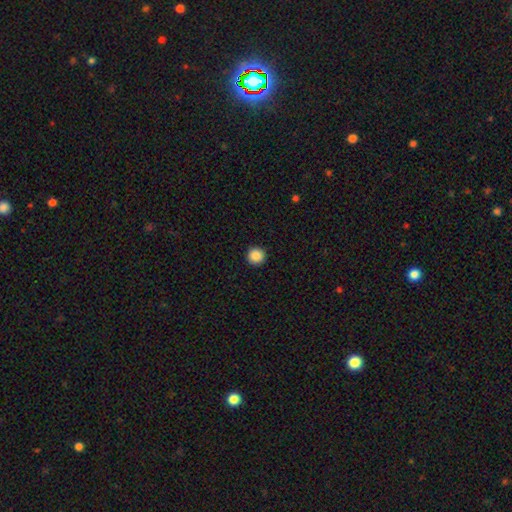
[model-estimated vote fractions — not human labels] This appears to be a smooth galaxy with no disk features (87%) that is round (96%). Merging: none (94%).